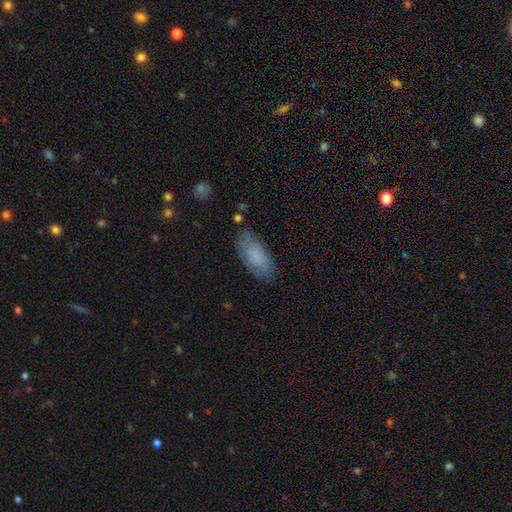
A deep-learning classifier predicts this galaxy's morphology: A smooth galaxy with no disk features (78%) that is in between round and cigar-shaped (85%). Merging: none (74%).